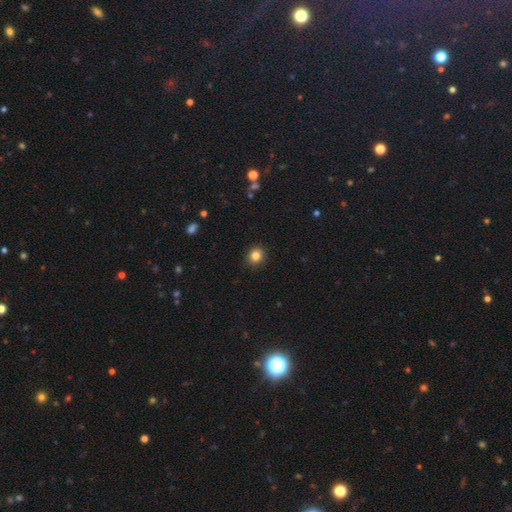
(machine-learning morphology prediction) This appears to be a smooth galaxy with no disk features (84%) that is round (86%). Merging: none (91%).